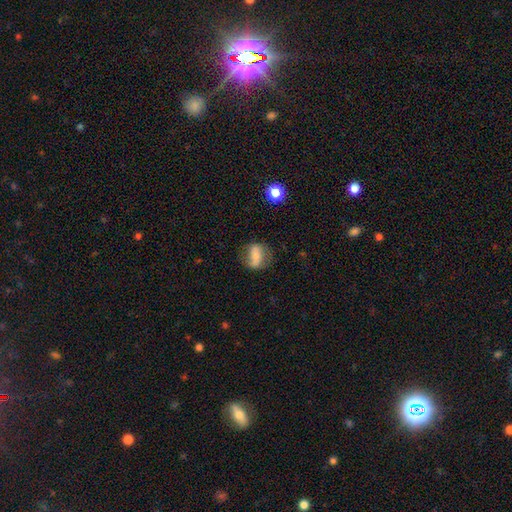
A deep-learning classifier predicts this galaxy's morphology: A smooth galaxy with no disk features (48%). Merging: none (67%).